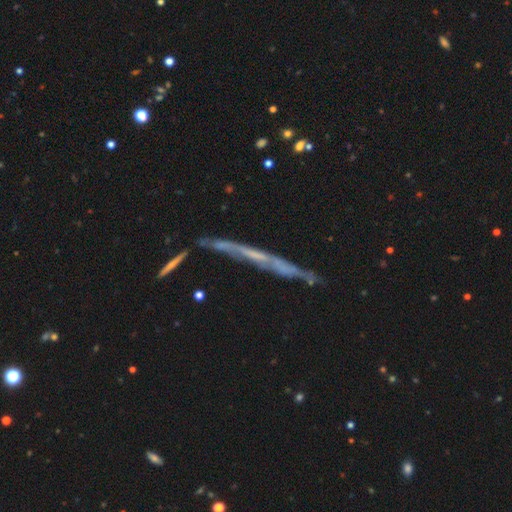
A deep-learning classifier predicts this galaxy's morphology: The model was most divided on "merging": none: 63%, minor disturbance: 20%, merger: 10%, major disturbance: 7%. More confident: edge-on disk — yes (87%); edge-on bulge — none (82%); smooth or featured — featured or disk (68%).